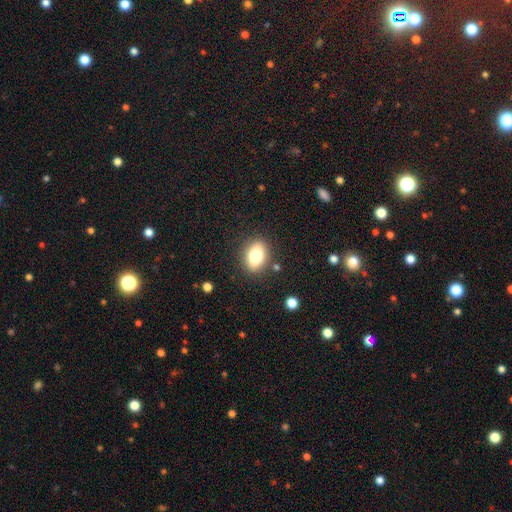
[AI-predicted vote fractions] Smooth or featured: smooth — 78% (featured or disk — 12%)
How rounded: in between — 76% (round — 21%)
Merging: none — 85% (minor disturbance — 10%)